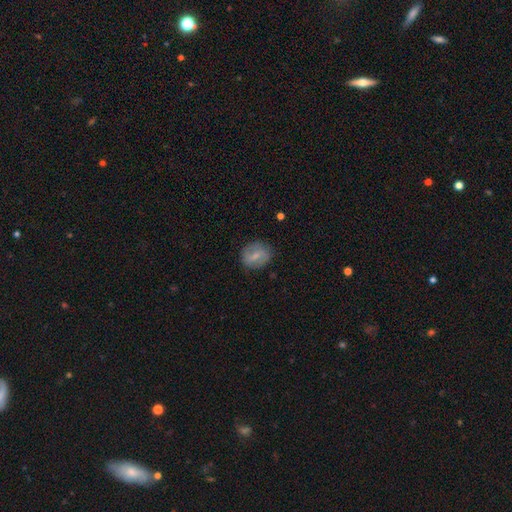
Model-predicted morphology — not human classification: Smooth or featured: smooth — 52% (featured or disk — 41%)
How rounded: round — 64% (in between — 34%)
Merging: none — 81% (minor disturbance — 14%)